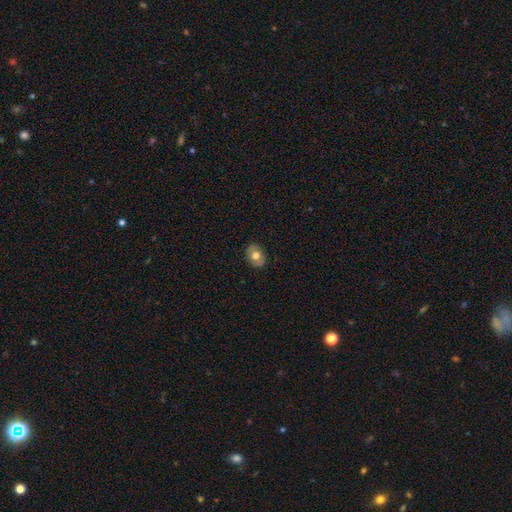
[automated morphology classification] smooth-or-featured: smooth: 65% | featured or disk: 27% | star or artifact: 8%
  how-rounded: in between: 55% | round: 44% | cigar-shaped: 1%
  merging: none: 85% | minor disturbance: 11% | major disturbance: 2% | merger: 1%